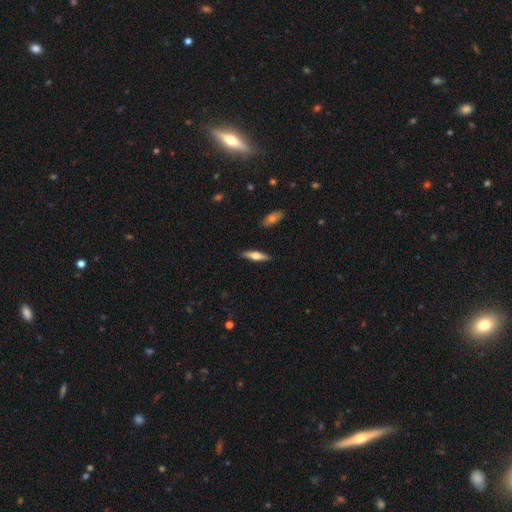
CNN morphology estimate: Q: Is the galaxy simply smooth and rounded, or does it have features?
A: smooth — 52%.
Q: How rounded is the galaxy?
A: cigar-shaped — 65%.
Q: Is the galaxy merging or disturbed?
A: none — 88%.